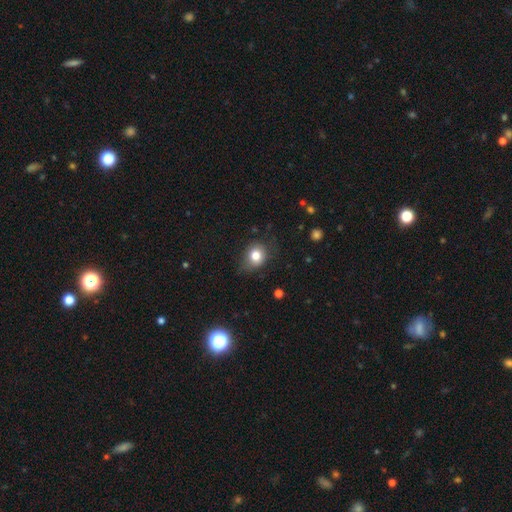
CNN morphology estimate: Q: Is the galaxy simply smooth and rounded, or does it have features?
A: smooth — 80%.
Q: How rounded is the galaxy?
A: round — 61%.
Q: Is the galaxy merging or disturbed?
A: none — 66%.